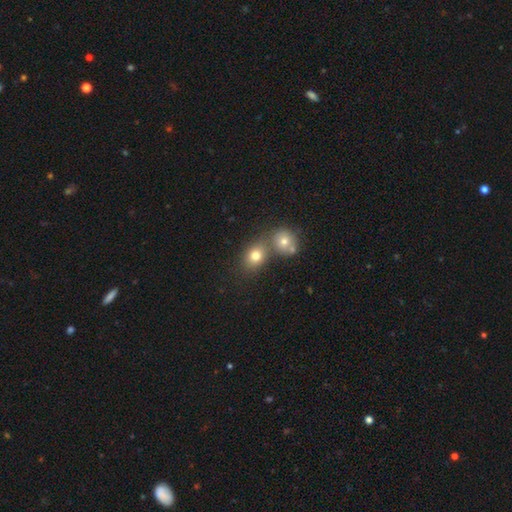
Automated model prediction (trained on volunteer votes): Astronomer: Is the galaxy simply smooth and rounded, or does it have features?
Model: smooth — 76%.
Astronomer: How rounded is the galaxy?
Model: round — 51% (runner-up: in between, 48%).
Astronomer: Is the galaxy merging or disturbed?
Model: none — 49% (runner-up: merger, 37%).